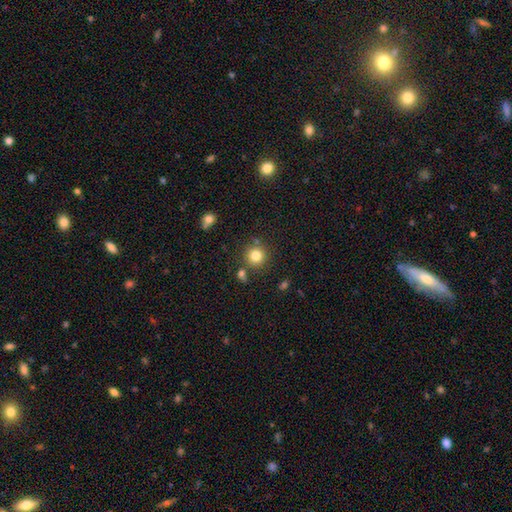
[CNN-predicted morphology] Q: Smooth or featured?
A: smooth (81%); runner-up: star or artifact (12%)
Q: How rounded?
A: round (93%); runner-up: in between (6%)
Q: Merging?
A: none (81%); runner-up: minor disturbance (8%)